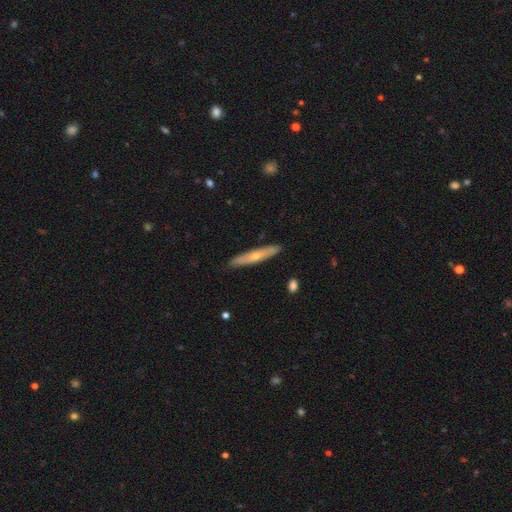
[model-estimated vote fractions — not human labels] Smooth or featured: featured or disk — 51% (smooth — 42%)
Edge-on disk: yes — 86% (no — 14%)
Merging: none — 89% (minor disturbance — 8%)